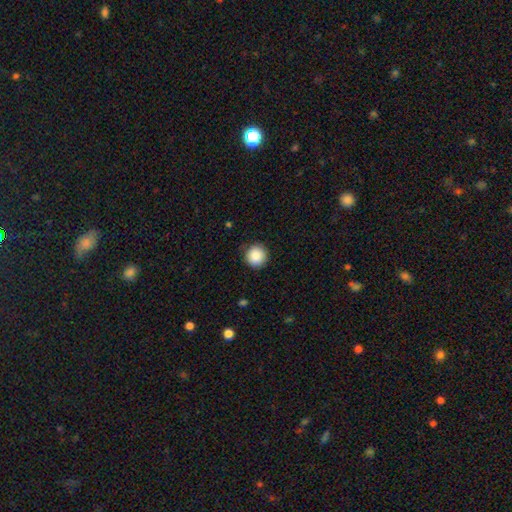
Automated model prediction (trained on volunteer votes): smooth 88%, star or artifact 9%, featured or disk 4%. Down the decision tree: how rounded — round (95%); merging — none (87%).